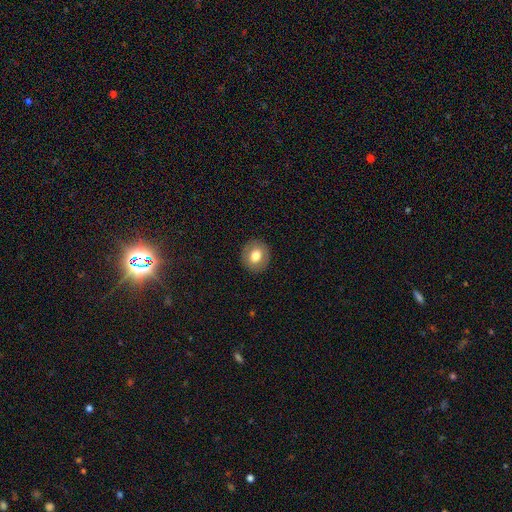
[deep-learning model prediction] smooth_or_featured: smooth (p=0.74) [alt: featured or disk p=0.17]
how_rounded: round (p=0.83) [alt: in between p=0.16]
merging: none (p=0.90) [alt: minor disturbance p=0.07]